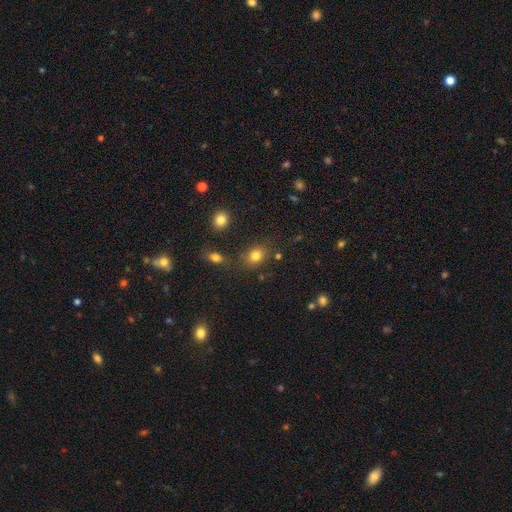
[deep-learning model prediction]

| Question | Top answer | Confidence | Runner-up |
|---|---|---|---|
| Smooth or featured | smooth | 80% | star or artifact (13%) |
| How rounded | round | 53% | in between (46%) |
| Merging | none | 75% | minor disturbance (13%) |